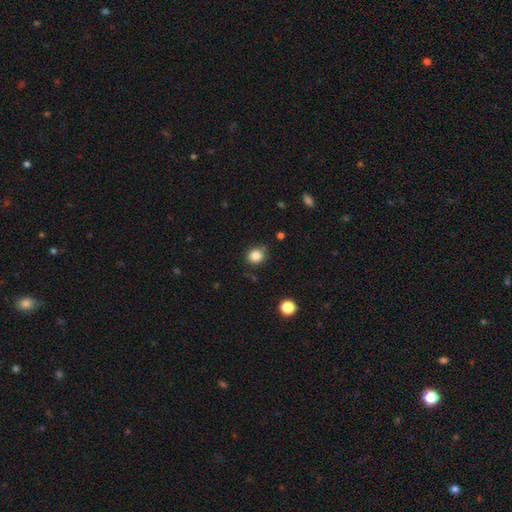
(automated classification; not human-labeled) Morphology: type=smooth (84%); roundness=round (78%); merging=none (80%).